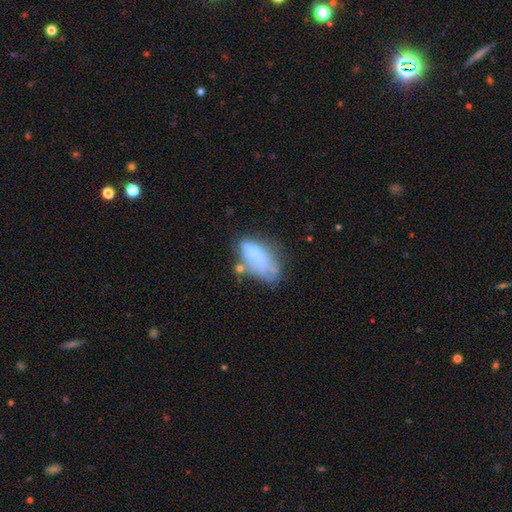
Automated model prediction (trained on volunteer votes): This is possibly a smooth galaxy (47%). Merging: marginally none (30%).